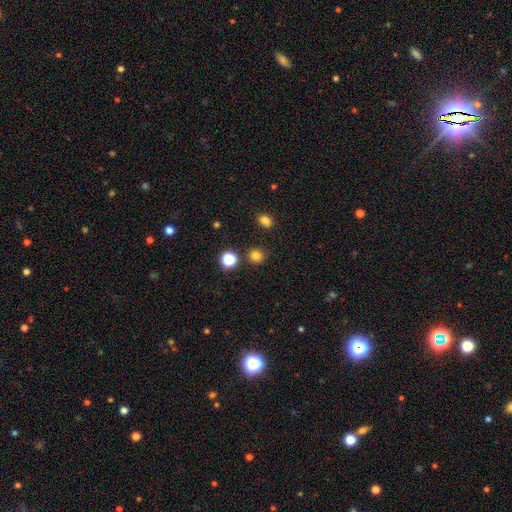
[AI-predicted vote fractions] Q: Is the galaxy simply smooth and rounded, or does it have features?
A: smooth — 80%.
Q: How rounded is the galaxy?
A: round — 89%.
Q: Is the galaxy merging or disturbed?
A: none — 87%.